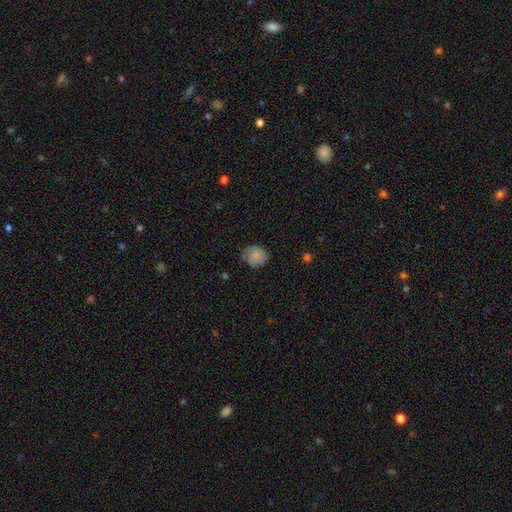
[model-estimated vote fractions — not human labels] Q: Smooth or featured?
A: smooth (81%); runner-up: featured or disk (10%)
Q: How rounded?
A: round (80%); runner-up: in between (19%)
Q: Merging?
A: none (73%); runner-up: minor disturbance (21%)